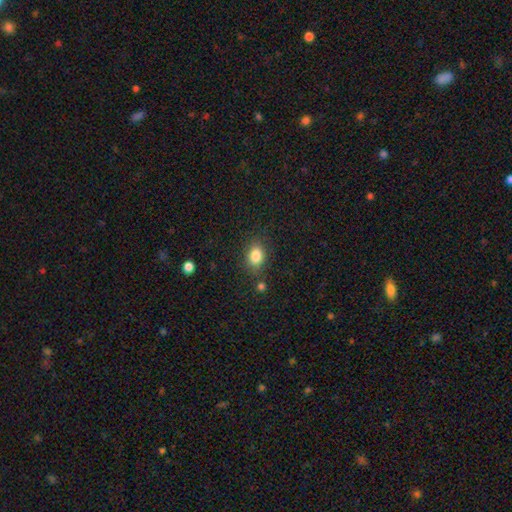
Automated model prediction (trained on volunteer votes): Q: Smooth or featured?
A: smooth (84%); runner-up: star or artifact (10%)
Q: How rounded?
A: in between (64%); runner-up: round (35%)
Q: Merging?
A: none (78%); runner-up: minor disturbance (13%)